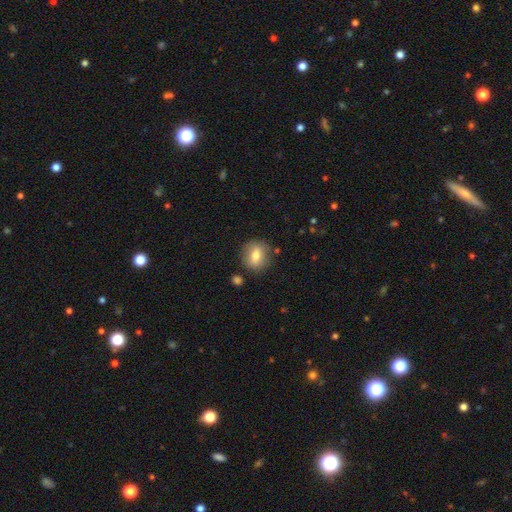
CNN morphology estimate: This is likely a smooth galaxy (73%). How rounded: likely round (74%). Merging: clearly none (82%).